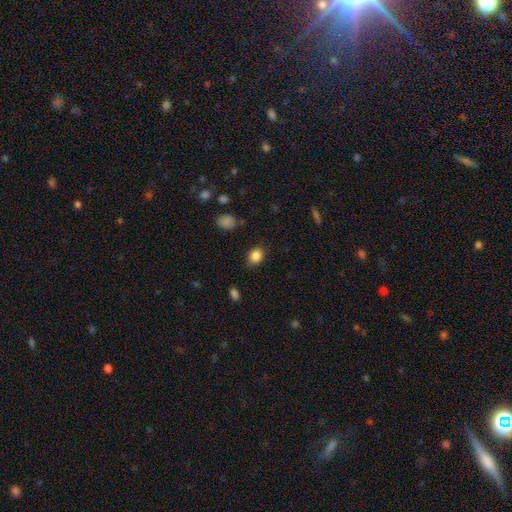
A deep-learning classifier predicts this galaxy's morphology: Smooth or featured? Predicted: smooth (p=0.86). How rounded? Predicted: in between (p=0.57). Merging? Predicted: none (p=0.82).